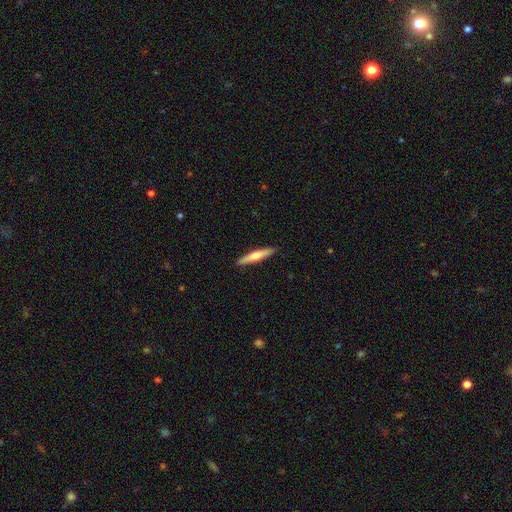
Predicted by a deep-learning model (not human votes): smooth 51%, featured or disk 44%, star or artifact 5%. Down the decision tree: how rounded — cigar-shaped (90%); merging — none (91%).